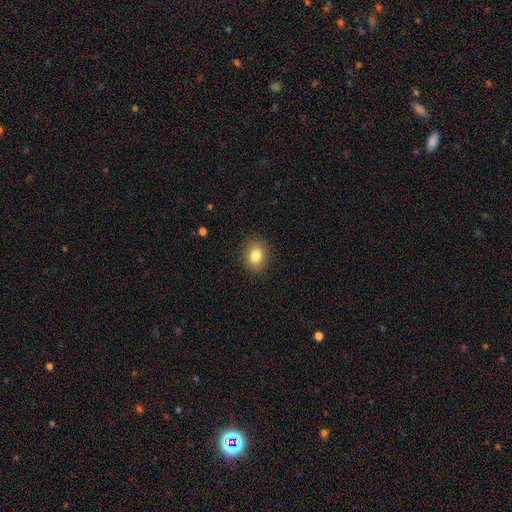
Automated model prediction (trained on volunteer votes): smooth-or-featured: smooth: 83% | star or artifact: 10% | featured or disk: 7%
  how-rounded: in between: 53% | round: 46% | cigar-shaped: 1%
  merging: none: 88% | minor disturbance: 8% | major disturbance: 3% | merger: 1%